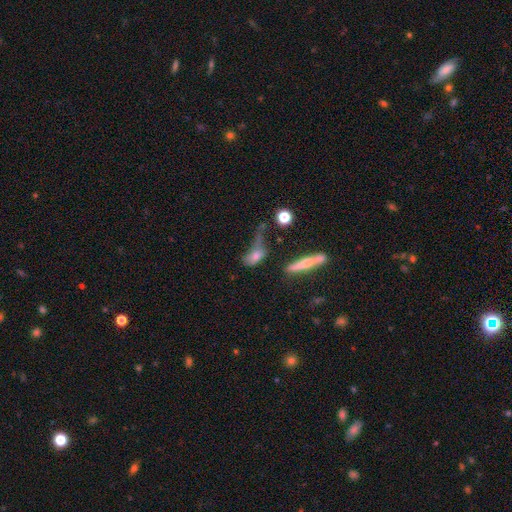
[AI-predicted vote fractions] Morphology: type=smooth (64%); roundness=in between (70%); merging=major disturbance (36%).